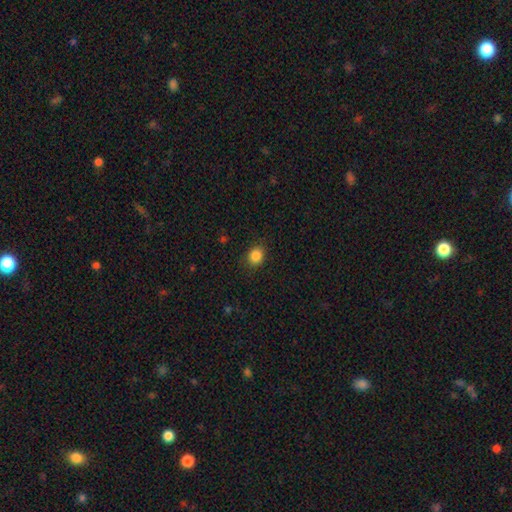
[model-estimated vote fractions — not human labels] This is clearly a smooth galaxy (86%). How rounded: possibly round (58%). Merging: clearly none (86%).